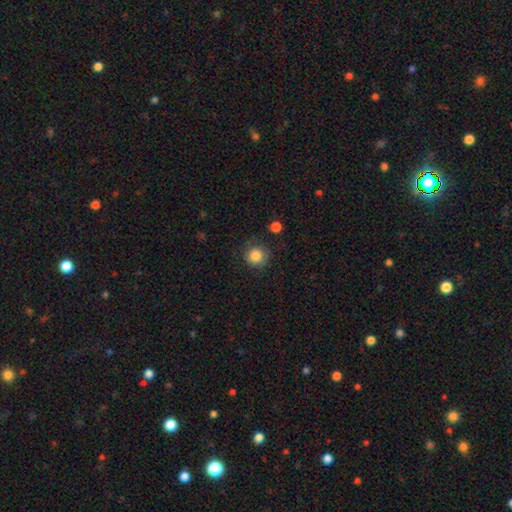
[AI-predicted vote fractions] Q: Smooth or featured?
A: smooth (85%); runner-up: star or artifact (10%)
Q: How rounded?
A: round (92%); runner-up: in between (7%)
Q: Merging?
A: none (79%); runner-up: minor disturbance (14%)